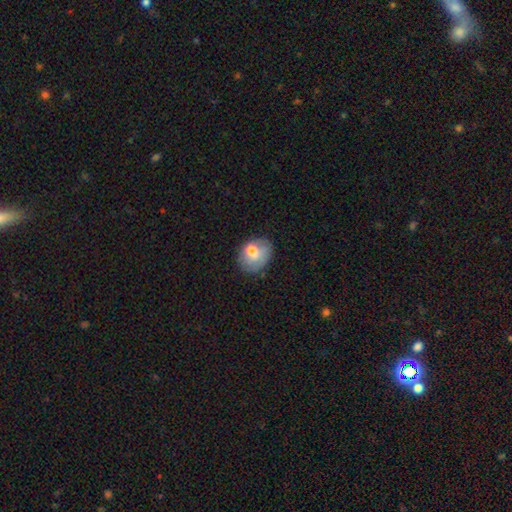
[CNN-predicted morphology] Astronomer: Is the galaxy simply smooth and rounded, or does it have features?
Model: smooth — 66%.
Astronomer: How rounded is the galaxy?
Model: round — 54% (runner-up: in between, 45%).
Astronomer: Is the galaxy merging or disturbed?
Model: none — 60%.